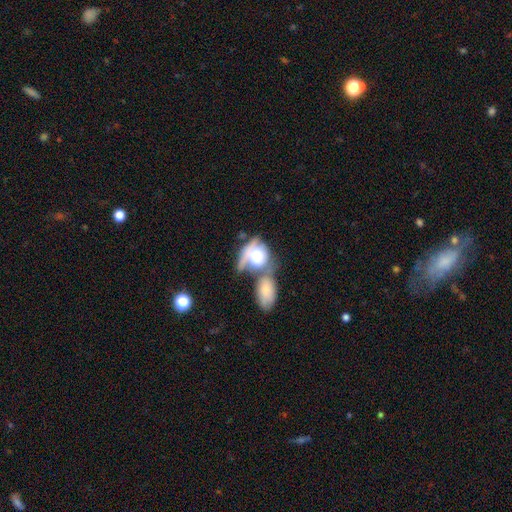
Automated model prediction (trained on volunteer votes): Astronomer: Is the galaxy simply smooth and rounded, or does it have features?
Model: smooth — 57% (runner-up: featured or disk, 35%).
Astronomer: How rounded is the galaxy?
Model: in between — 67%.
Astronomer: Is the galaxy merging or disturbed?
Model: merger — 60%.